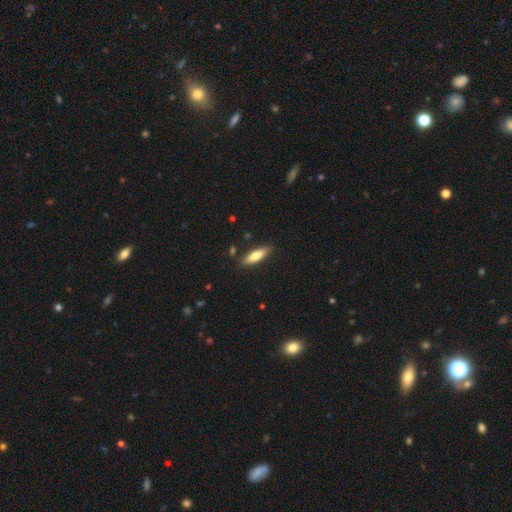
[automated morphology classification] This is likely a smooth galaxy (75%). How rounded: possibly cigar-shaped (59%). Merging: clearly none (86%).